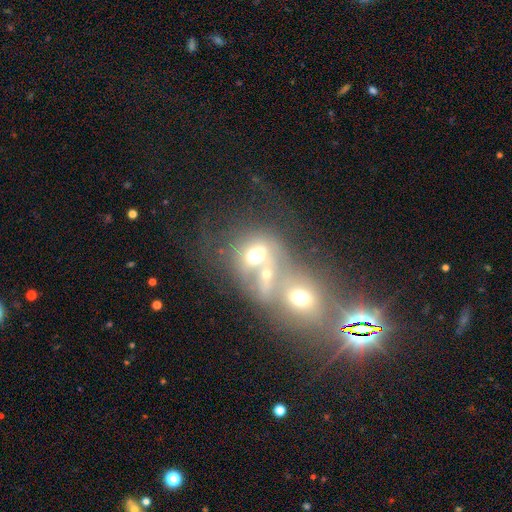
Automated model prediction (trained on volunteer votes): The model was most divided on "how rounded" (2-way tie): in between: 49%, round: 49%, cigar-shaped: 2%. More confident: merging — merger (73%); smooth or featured — smooth (52%).